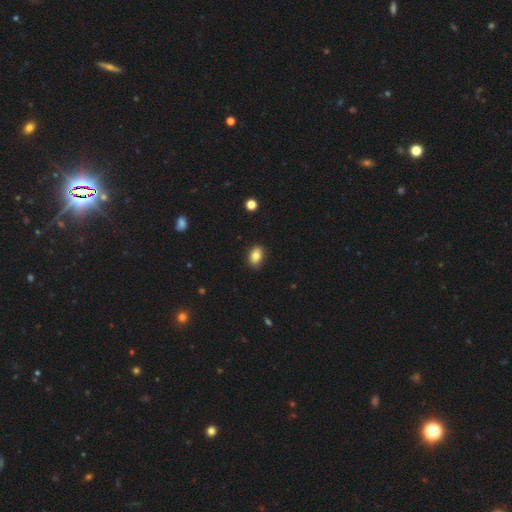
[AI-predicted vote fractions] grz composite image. It shows a smooth galaxy with no disk features (84%) that is in between round and cigar-shaped (85%). Merging: none (85%).